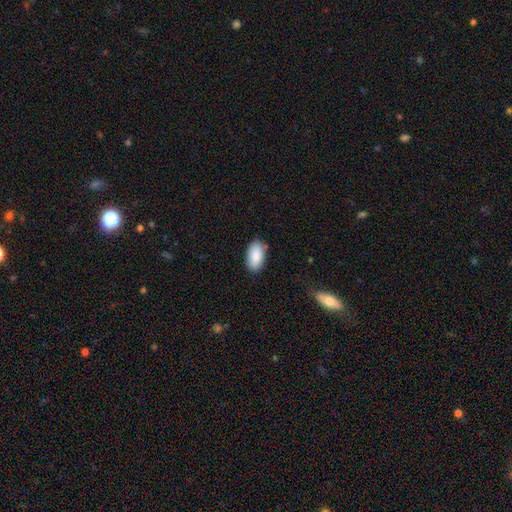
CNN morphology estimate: Smooth or featured? Predicted: smooth (p=0.88). How rounded? Predicted: in between (p=0.94). Merging? Predicted: none (p=0.84).